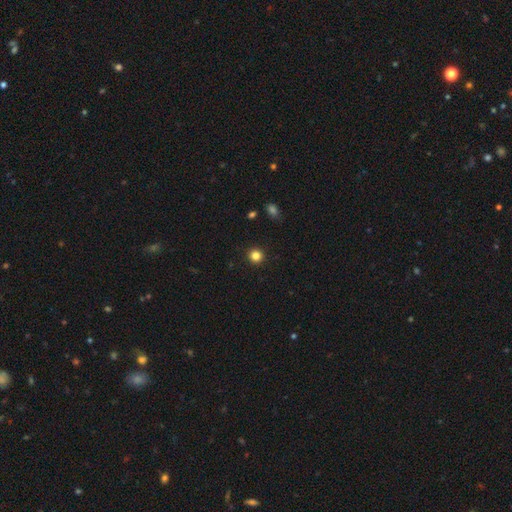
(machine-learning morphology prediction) Smooth or featured?
  - smooth: 83% *
  - star or artifact: 13%
  - featured or disk: 4%
How rounded?
  - round: 94% *
  - in between: 5%
  - cigar-shaped: 1%
Merging?
  - none: 93% *
  - minor disturbance: 4%
  - major disturbance: 2%
  - merger: 1%